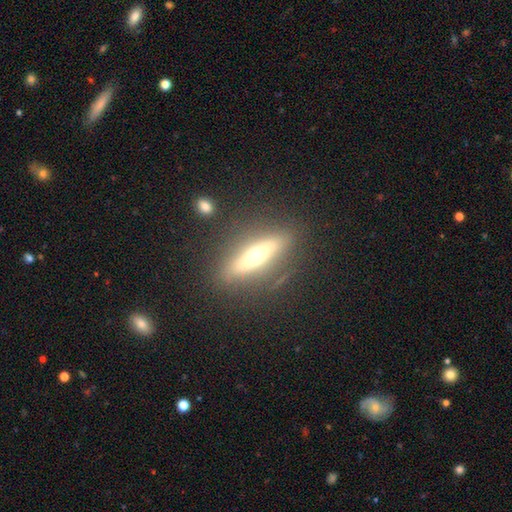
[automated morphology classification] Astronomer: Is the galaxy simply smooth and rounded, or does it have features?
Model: featured or disk — 54% (runner-up: smooth, 38%).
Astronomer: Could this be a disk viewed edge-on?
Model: yes — 79%.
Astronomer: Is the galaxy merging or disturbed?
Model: none — 80%.